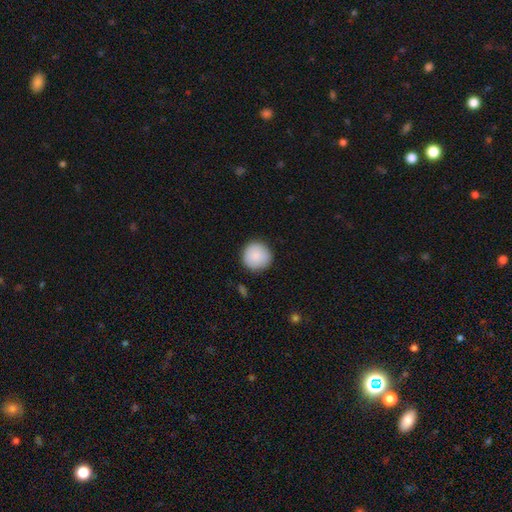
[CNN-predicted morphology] Overall: smooth (87%). How rounded: round (95%). Merging: none (89%).